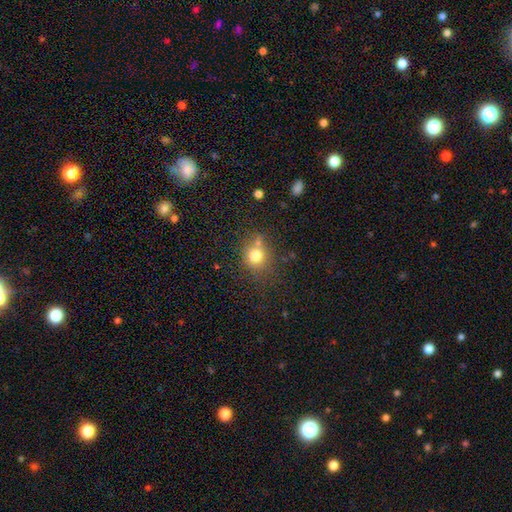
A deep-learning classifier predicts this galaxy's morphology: smooth-or-featured: smooth: 77% | star or artifact: 14% | featured or disk: 9%
  how-rounded: round: 83% | in between: 16% | cigar-shaped: 1%
  merging: none: 68% | minor disturbance: 14% | merger: 13% | major disturbance: 5%